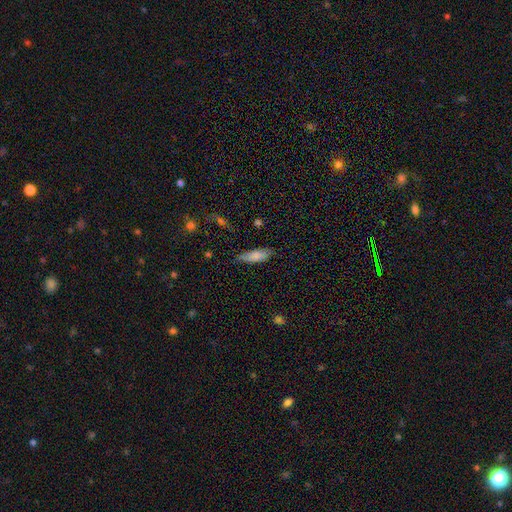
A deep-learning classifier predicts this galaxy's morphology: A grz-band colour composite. It shows a smooth galaxy with no disk features (82%) that is in between round and cigar-shaped (61%). Merging: none (74%).